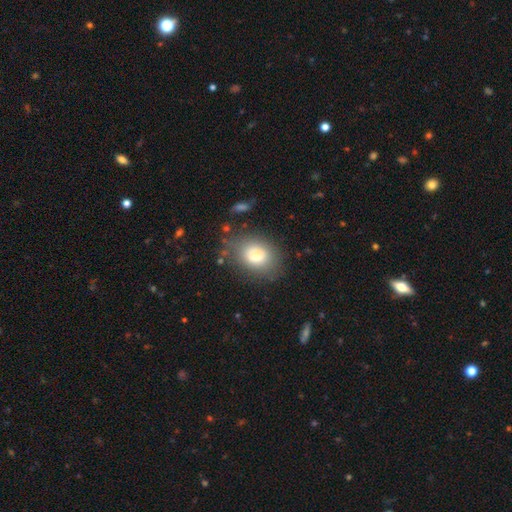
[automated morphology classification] smooth_or_featured: smooth (p=0.80) [alt: featured or disk p=0.12]
how_rounded: in between (p=0.71) [alt: round p=0.28]
merging: none (p=0.68) [alt: minor disturbance p=0.19]